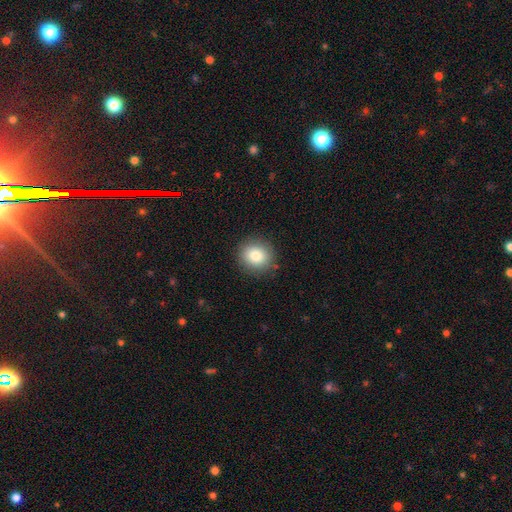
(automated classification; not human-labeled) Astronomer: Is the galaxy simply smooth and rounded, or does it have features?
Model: smooth — 82%.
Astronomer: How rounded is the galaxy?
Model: round — 85%.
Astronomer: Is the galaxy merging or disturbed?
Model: none — 89%.